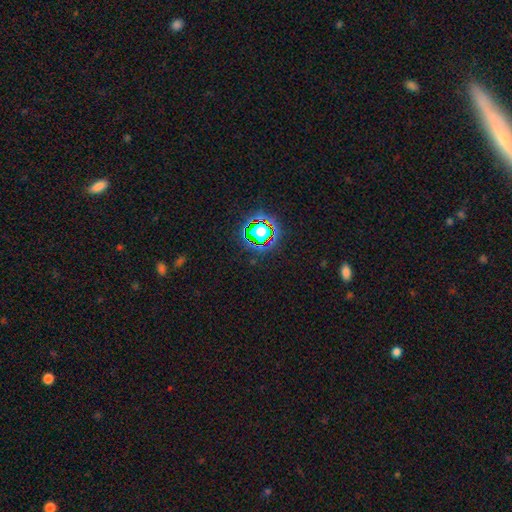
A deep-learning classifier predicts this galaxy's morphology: Smooth or featured: star or artifact — 77% (smooth — 14%)